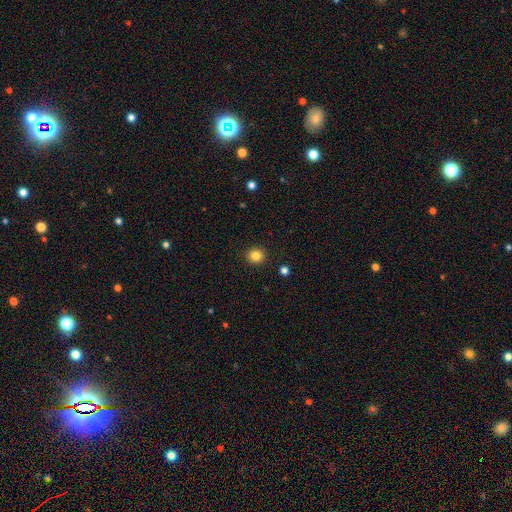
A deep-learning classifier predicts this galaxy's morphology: The model was most divided on "smooth or featured": smooth: 84%, star or artifact: 11%, featured or disk: 5%. More confident: merging — none (92%); how rounded — round (89%).